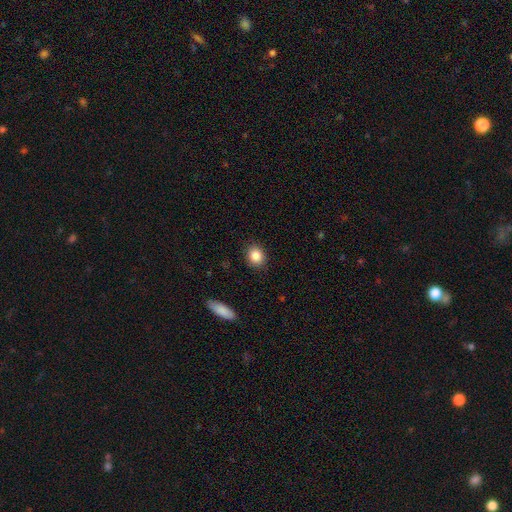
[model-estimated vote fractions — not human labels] Smooth or featured: smooth — 86% (star or artifact — 9%)
How rounded: round — 66% (in between — 32%)
Merging: none — 89% (minor disturbance — 8%)